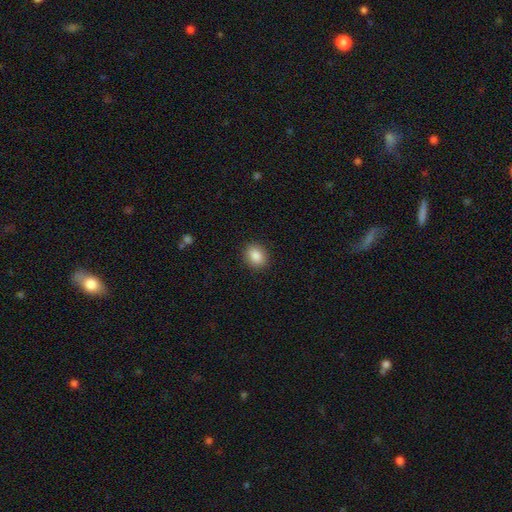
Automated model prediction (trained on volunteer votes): Smooth or featured? Predicted: smooth (p=0.87). How rounded? Predicted: in between (p=0.53). Merging? Predicted: none (p=0.90).